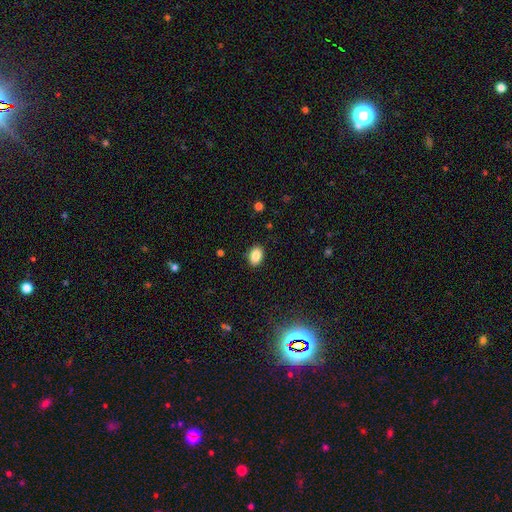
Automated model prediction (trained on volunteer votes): Morphology: type=smooth (87%); roundness=in between (84%); merging=none (87%).